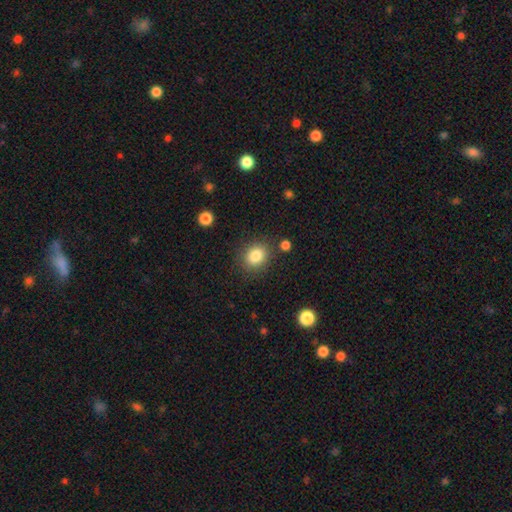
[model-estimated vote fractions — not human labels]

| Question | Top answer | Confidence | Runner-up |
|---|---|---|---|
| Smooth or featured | smooth | 84% | star or artifact (10%) |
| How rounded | round | 62% | in between (37%) |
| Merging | none | 84% | minor disturbance (10%) |